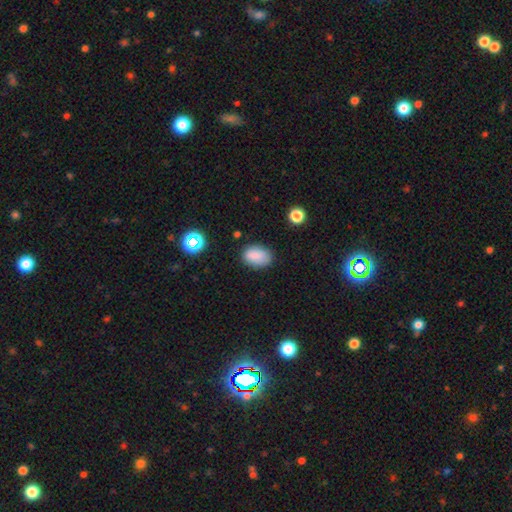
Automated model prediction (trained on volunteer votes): Smooth or featured: smooth — 85% (star or artifact — 10%)
How rounded: in between — 86% (round — 13%)
Merging: none — 78% (minor disturbance — 16%)